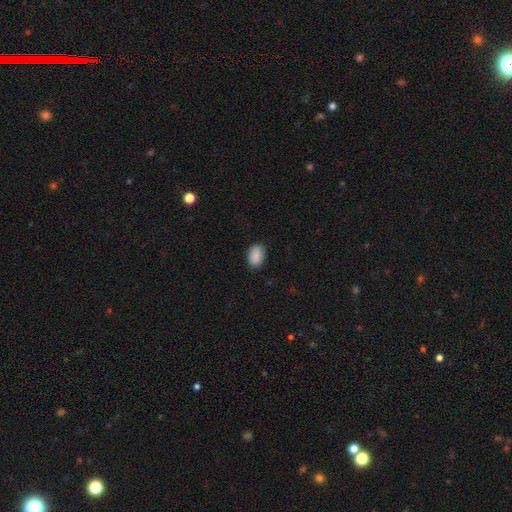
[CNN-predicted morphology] This appears to be a smooth galaxy with no disk features (89%) that is in between round and cigar-shaped (88%). Merging: none (83%).